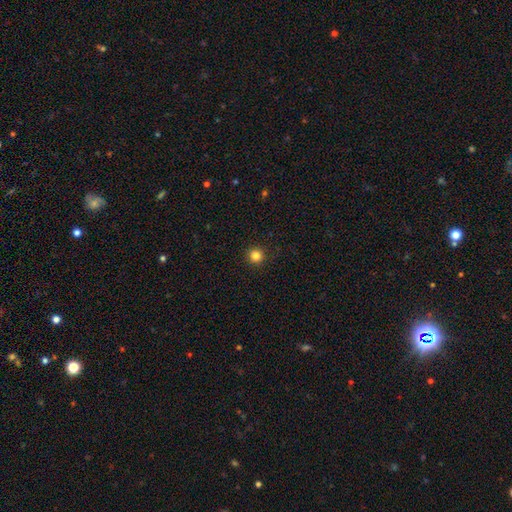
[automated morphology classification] Smooth or featured?
  - smooth: 83% *
  - star or artifact: 13%
  - featured or disk: 4%
How rounded?
  - round: 96% *
  - in between: 3%
  - cigar-shaped: 1%
Merging?
  - none: 93% *
  - minor disturbance: 4%
  - major disturbance: 2%
  - merger: 1%